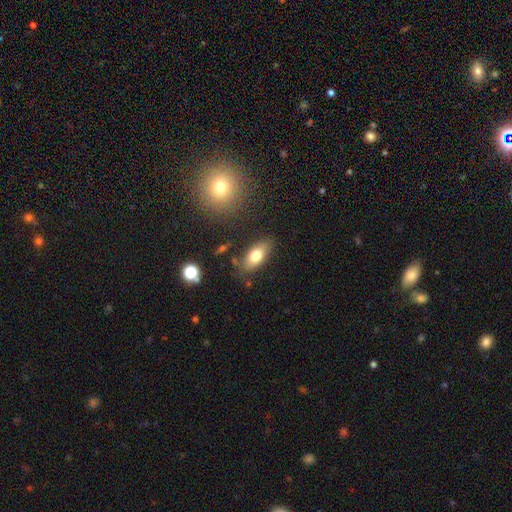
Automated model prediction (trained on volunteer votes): smooth 74%, featured or disk 17%, star or artifact 8%. Down the decision tree: how rounded — in between (86%); merging — none (80%).